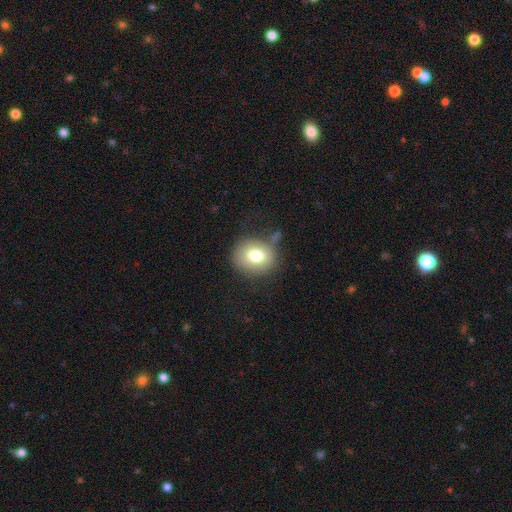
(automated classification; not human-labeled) smooth 76%, featured or disk 14%, star or artifact 10%. Down the decision tree: how rounded — round (72%); merging — none (70%).